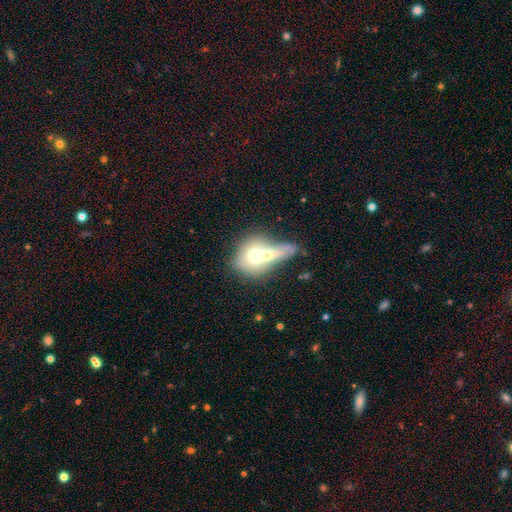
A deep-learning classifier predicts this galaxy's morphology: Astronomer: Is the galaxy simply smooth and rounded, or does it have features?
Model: smooth — 62%.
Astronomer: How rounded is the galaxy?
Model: round — 65%.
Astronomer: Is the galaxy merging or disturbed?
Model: merger — 67%.